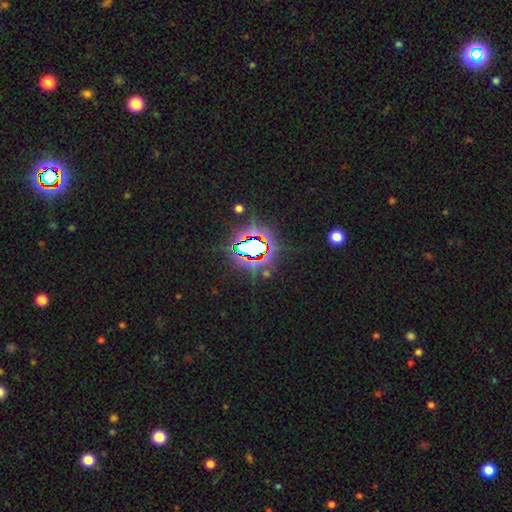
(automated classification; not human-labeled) A star or artifact, not a galaxy (81%).